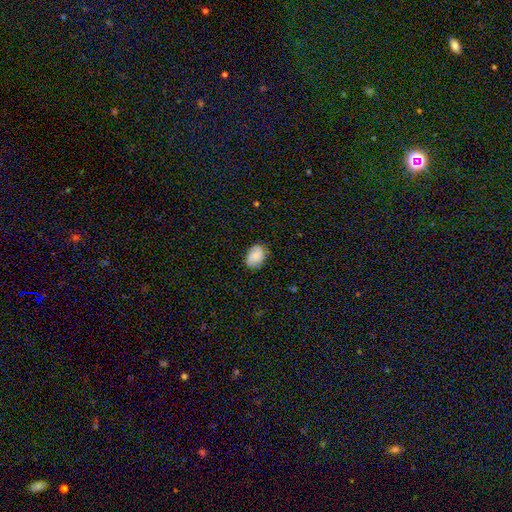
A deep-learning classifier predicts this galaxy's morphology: smooth_or_featured: smooth (p=0.73) [alt: featured or disk p=0.19]
how_rounded: in between (p=0.76) [alt: round p=0.23]
merging: none (p=0.78) [alt: minor disturbance p=0.18]